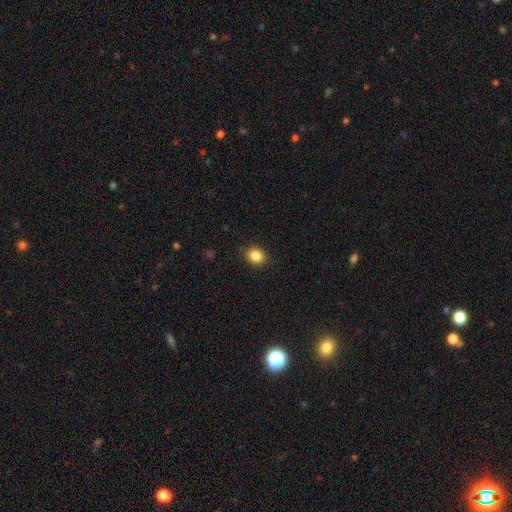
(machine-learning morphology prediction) This appears to be a smooth galaxy with no disk features (86%) that is round (64%). Merging: none (89%).